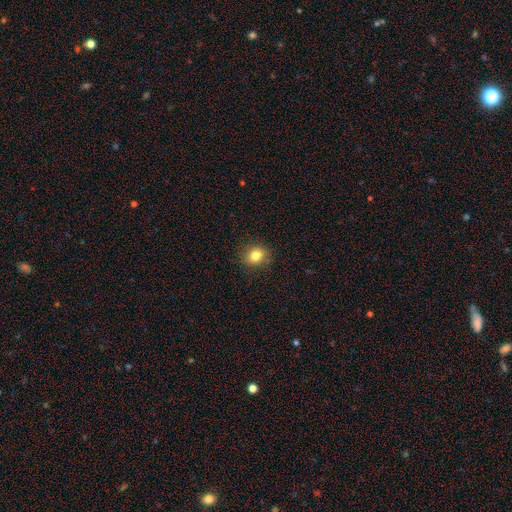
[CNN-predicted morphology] Smooth or featured?
  - smooth: 82% *
  - star or artifact: 11%
  - featured or disk: 7%
How rounded?
  - round: 67% *
  - in between: 32%
  - cigar-shaped: 1%
Merging?
  - none: 88% *
  - minor disturbance: 8%
  - major disturbance: 2%
  - merger: 1%